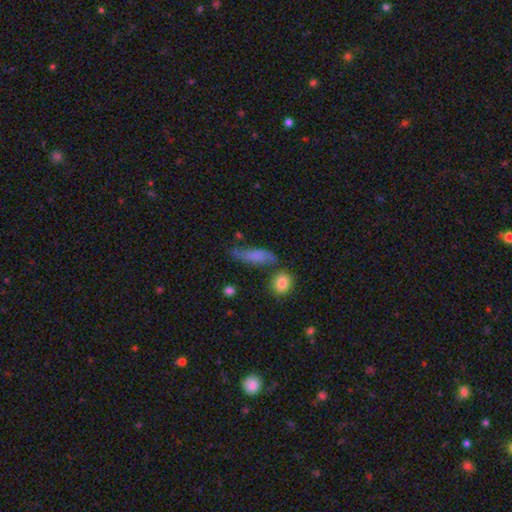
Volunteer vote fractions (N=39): Overall: smooth (69%). How rounded: in between (59%; cigar-shaped 41%). Merging: none (64%; minor disturbance 33%).